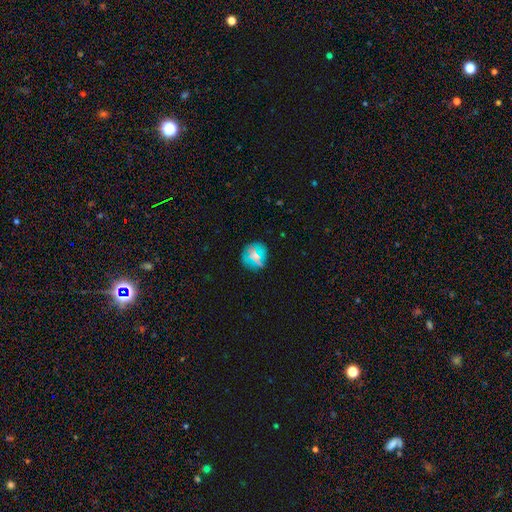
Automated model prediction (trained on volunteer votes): A smooth galaxy with no disk features (59%) that is round (85%).

Vote fractions:
- Smooth or featured? smooth: 59% / star or artifact: 24% / featured or disk: 17%
- How rounded? round: 85% / in between: 13% / cigar-shaped: 2%
- Merging? none: 79% / minor disturbance: 13% / major disturbance: 5% / merger: 3%